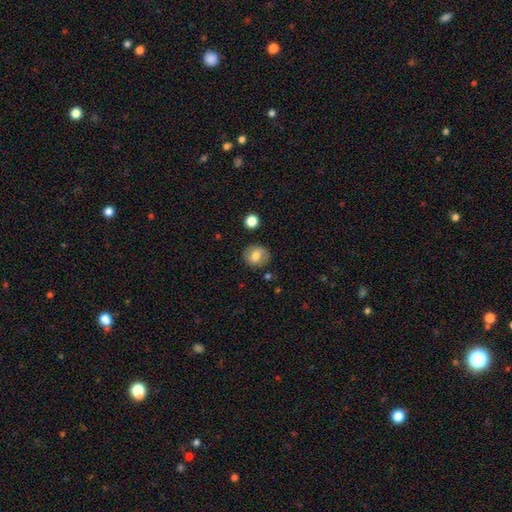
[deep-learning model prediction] Morphology: type=smooth (70%); roundness=round (74%); merging=none (82%).